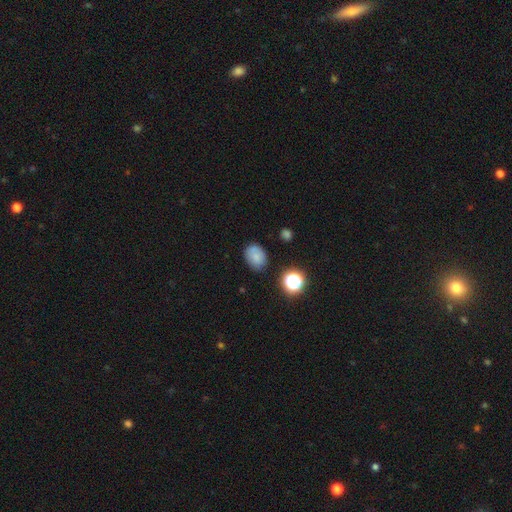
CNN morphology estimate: This appears to be a smooth galaxy with no disk features (77%) that is in between round and cigar-shaped (64%). Merging: none (74%).